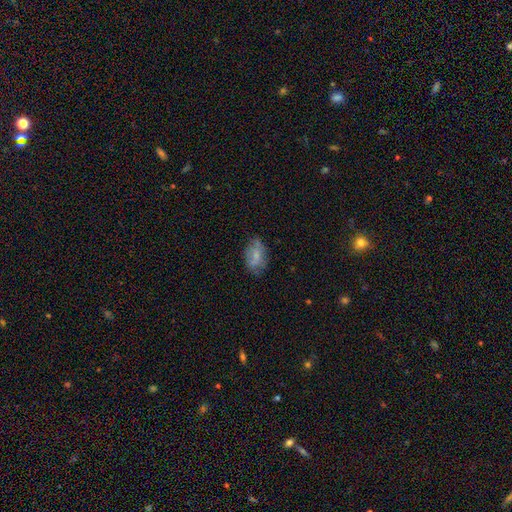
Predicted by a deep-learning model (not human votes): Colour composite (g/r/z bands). It shows a smooth galaxy with no disk features (62%) that is in between round and cigar-shaped (88%). Merging: none (59%).